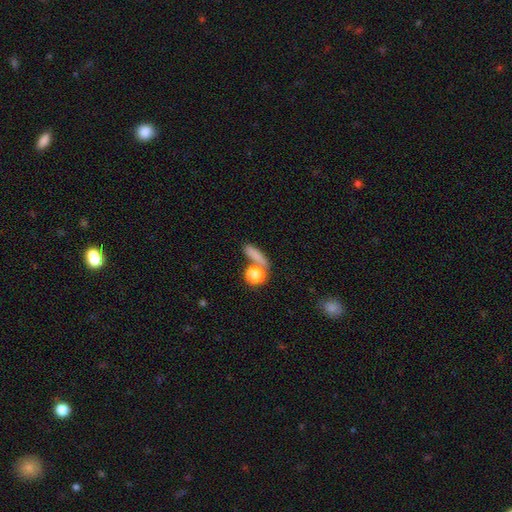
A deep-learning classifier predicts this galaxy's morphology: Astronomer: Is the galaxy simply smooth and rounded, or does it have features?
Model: smooth — 77%.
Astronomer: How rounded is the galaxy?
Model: cigar-shaped — 42% (runner-up: round, 29%).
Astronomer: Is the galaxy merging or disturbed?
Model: none — 59%.